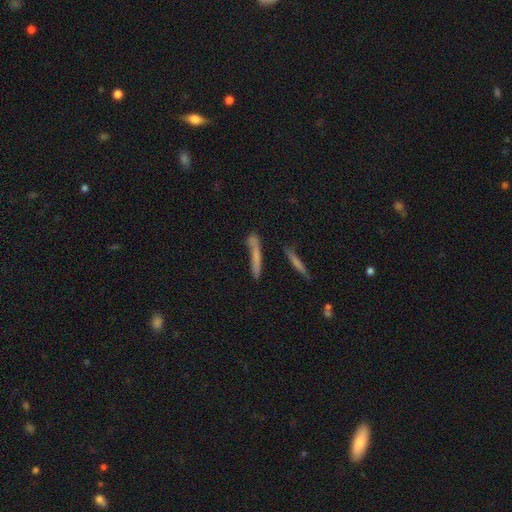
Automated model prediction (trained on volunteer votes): A smooth galaxy with no disk features (57%) that is cigar-shaped (91%).

Vote fractions:
- Smooth or featured? smooth: 57% / featured or disk: 30% / star or artifact: 13%
- How rounded? cigar-shaped: 91% / in between: 6% / round: 3%
- Merging? none: 63% / minor disturbance: 15% / merger: 15% / major disturbance: 7%